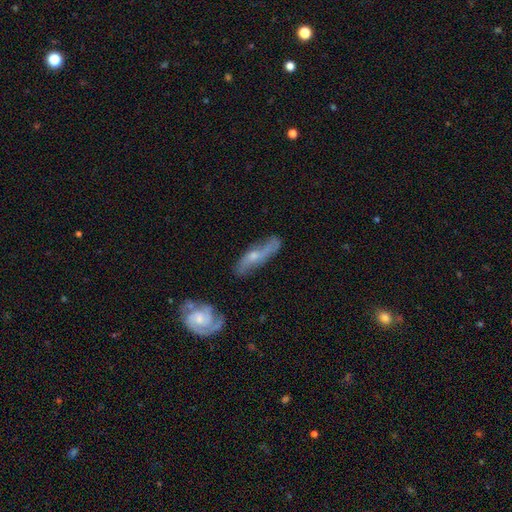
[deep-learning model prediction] Smooth or featured?
  - featured or disk: 69% *
  - smooth: 24%
  - star or artifact: 7%
Edge-on disk?
  - no: 65% *
  - yes: 35%
Merging?
  - none: 66% *
  - minor disturbance: 22%
  - major disturbance: 8%
  - merger: 4%